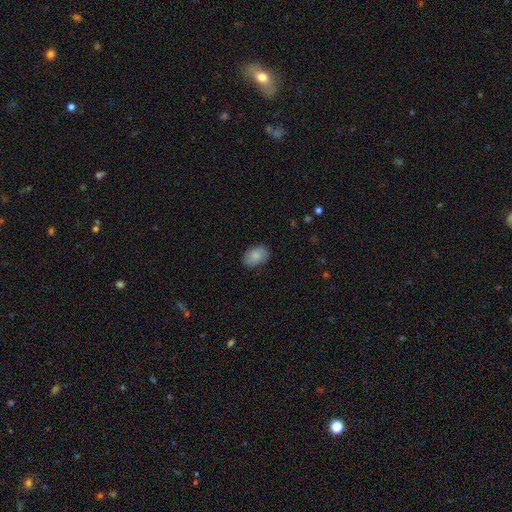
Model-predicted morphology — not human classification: Smooth or featured? smooth (84%)
How rounded? in between (86%)
Merging? none (83%)